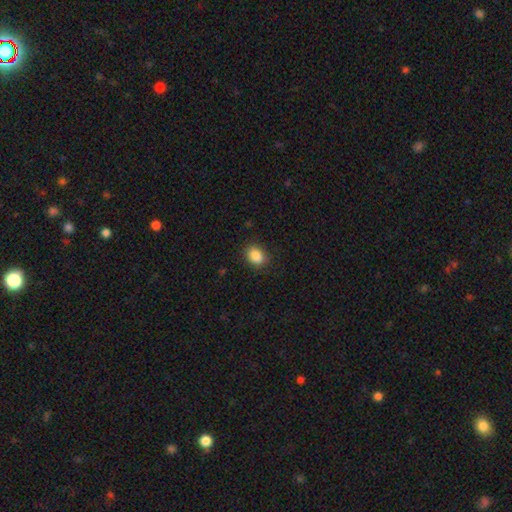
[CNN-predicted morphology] Overall: smooth (88%). How rounded: in between (69%; round 30%). Merging: none (86%).